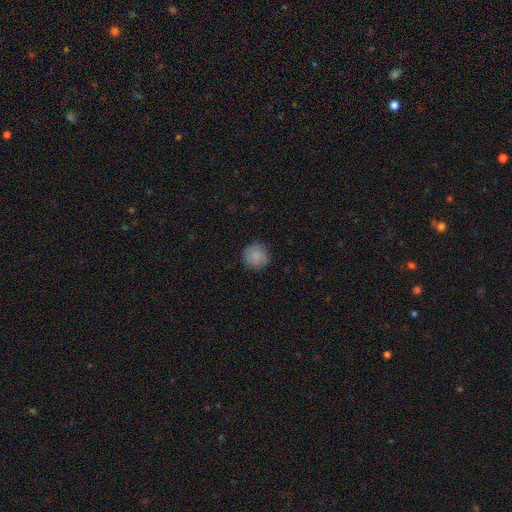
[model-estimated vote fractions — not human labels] Smooth or featured? Predicted: smooth (p=0.85). How rounded? Predicted: round (p=0.94). Merging? Predicted: none (p=0.87).